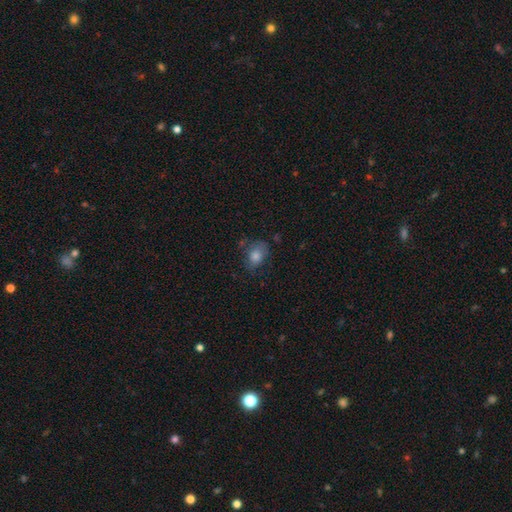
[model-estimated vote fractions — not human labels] Smooth or featured? Predicted: smooth (p=0.73). How rounded? Predicted: in between (p=0.58). Merging? Predicted: none (p=0.63).